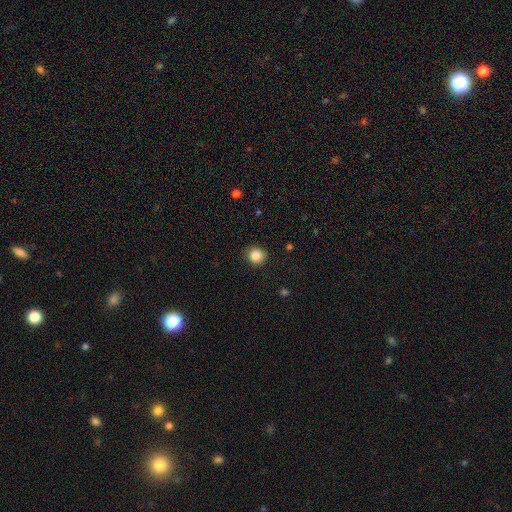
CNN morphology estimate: smooth-or-featured: smooth: 85% | star or artifact: 10% | featured or disk: 5%
  how-rounded: round: 91% | in between: 8% | cigar-shaped: 1%
  merging: none: 90% | minor disturbance: 8% | major disturbance: 2% | merger: 1%